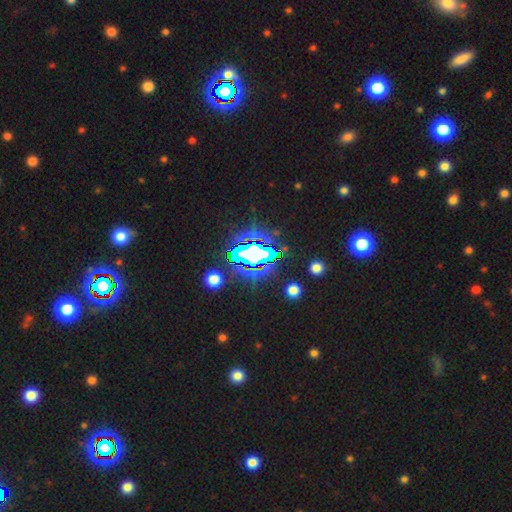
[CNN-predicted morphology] Smooth or featured: star or artifact — 67% (smooth — 17%)